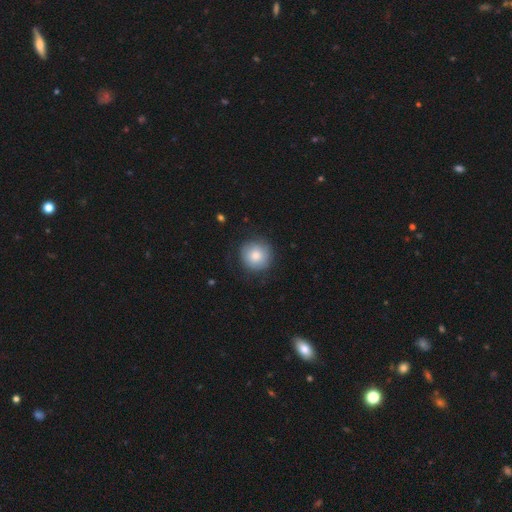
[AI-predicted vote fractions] Smooth or featured: smooth — 80% (featured or disk — 12%)
How rounded: round — 94% (in between — 5%)
Merging: none — 81% (minor disturbance — 14%)